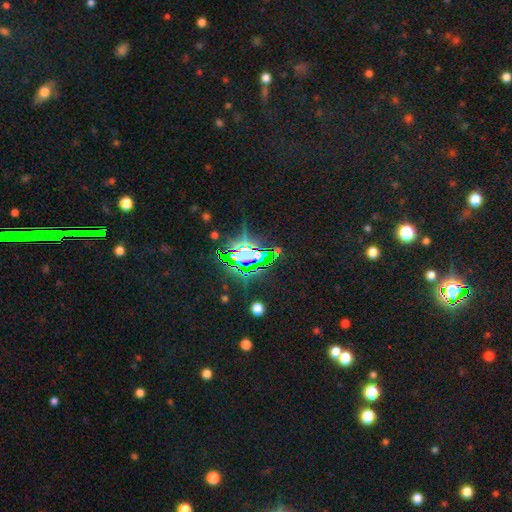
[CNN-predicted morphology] This appears to be a star or artifact, not a galaxy (77%).